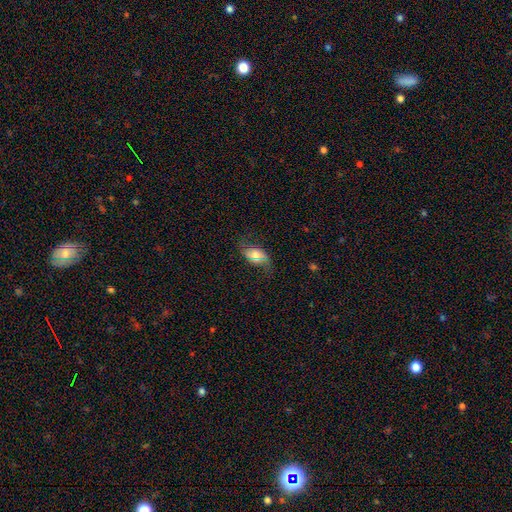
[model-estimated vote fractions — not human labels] Smooth or featured: smooth — 46% (featured or disk — 45%)
Merging: none — 65% (minor disturbance — 22%)